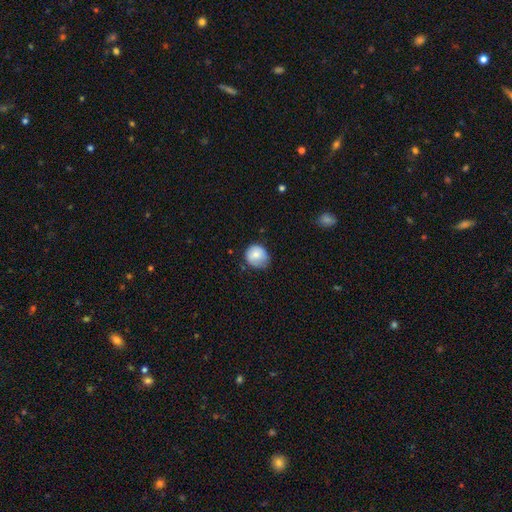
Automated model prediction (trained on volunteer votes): Morphology: type=smooth (79%); roundness=round (79%); merging=none (59%).